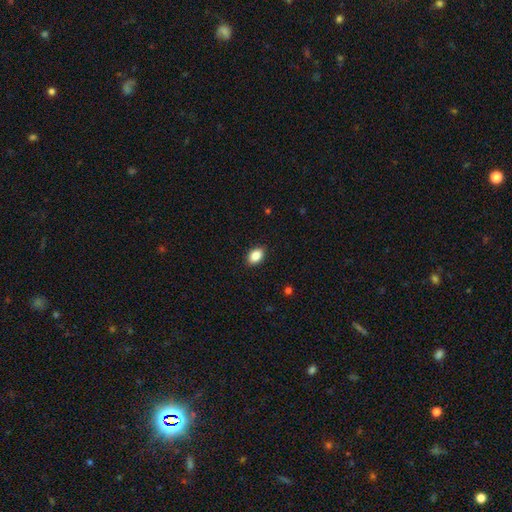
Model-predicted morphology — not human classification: Smooth or featured: smooth — 87% (star or artifact — 8%)
How rounded: in between — 85% (round — 13%)
Merging: none — 89% (minor disturbance — 8%)